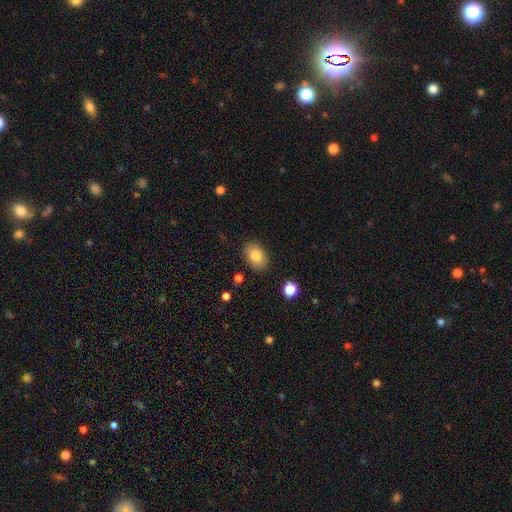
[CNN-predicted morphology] Smooth or featured? smooth (82%)
How rounded? in between (82%)
Merging? none (86%)